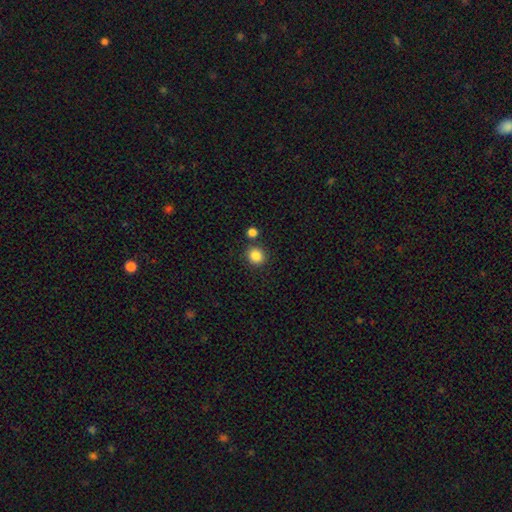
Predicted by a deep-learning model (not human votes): The model was most divided on "how rounded": round: 86%, in between: 13%, cigar-shaped: 1%. More confident: smooth or featured — smooth (86%); merging — none (82%).